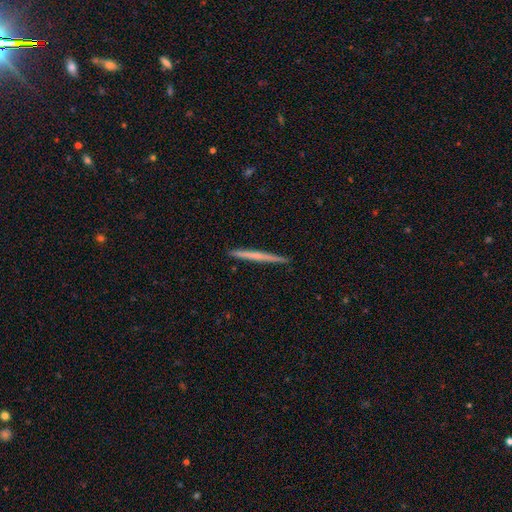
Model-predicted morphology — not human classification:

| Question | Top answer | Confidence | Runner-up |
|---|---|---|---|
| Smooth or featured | featured or disk | 51% | smooth (43%) |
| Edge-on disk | yes | 98% | no (2%) |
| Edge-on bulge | none | 78% | rounded (18%) |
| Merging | none | 92% | minor disturbance (6%) |